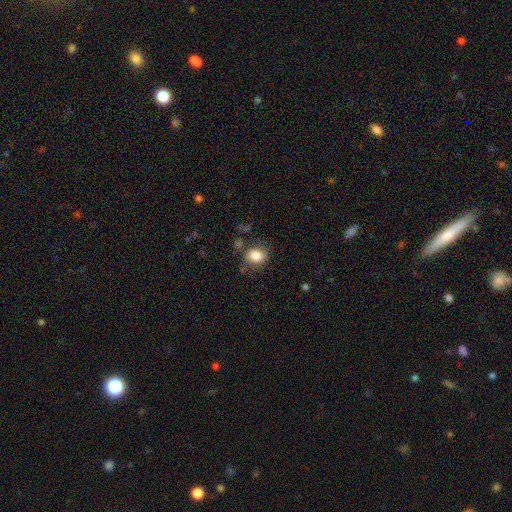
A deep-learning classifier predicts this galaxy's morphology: Q: Smooth or featured?
A: smooth (83%); runner-up: star or artifact (9%)
Q: How rounded?
A: round (53%); runner-up: in between (46%)
Q: Merging?
A: none (70%); runner-up: minor disturbance (19%)